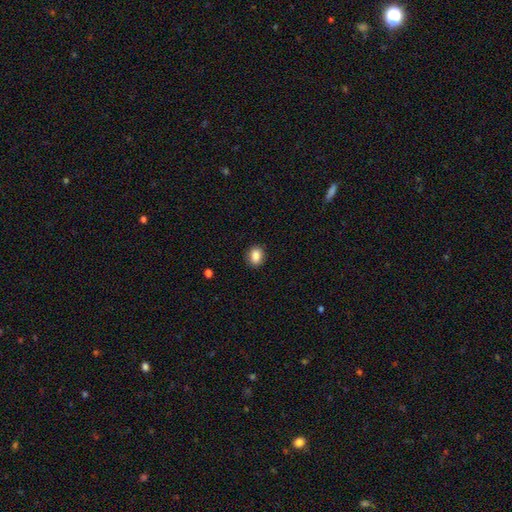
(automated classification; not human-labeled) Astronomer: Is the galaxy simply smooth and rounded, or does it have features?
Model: smooth — 86%.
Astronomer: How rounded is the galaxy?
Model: in between — 50% (runner-up: round, 49%).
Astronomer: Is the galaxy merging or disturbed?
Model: none — 89%.